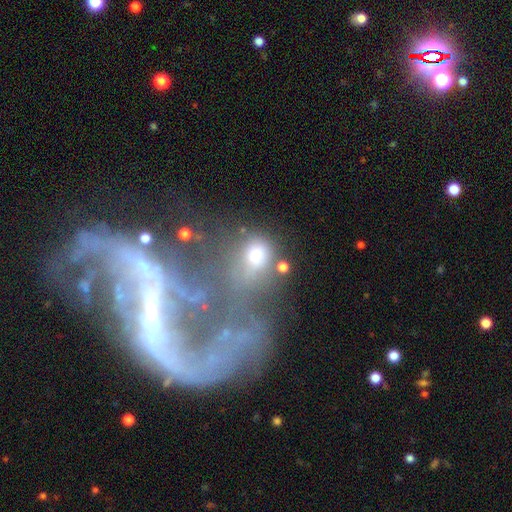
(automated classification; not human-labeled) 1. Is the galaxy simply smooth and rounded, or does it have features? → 39% smooth, 37% featured or disk, 24% star or artifact.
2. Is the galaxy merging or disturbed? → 35% none, 27% merger, 22% major disturbance, 16% minor disturbance.